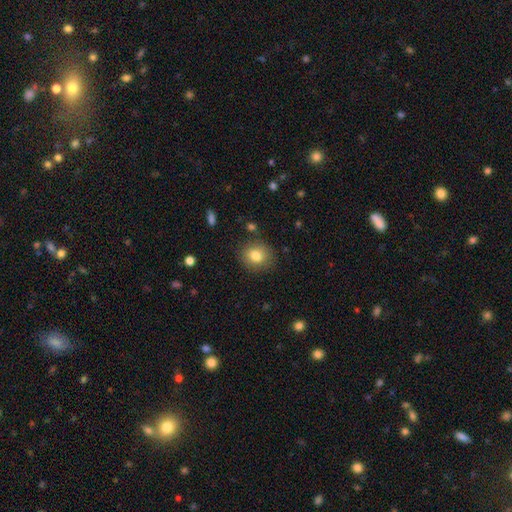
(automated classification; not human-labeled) This appears to be a smooth galaxy with no disk features (81%) that is round (77%). Merging: none (84%).